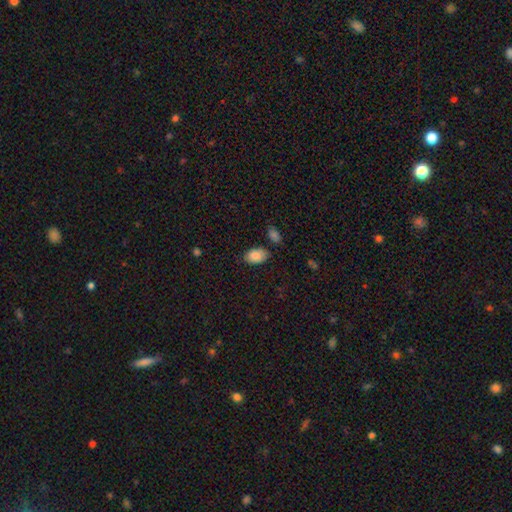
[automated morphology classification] Smooth or featured? Predicted: smooth (p=0.87). How rounded? Predicted: in between (p=0.92). Merging? Predicted: none (p=0.76).